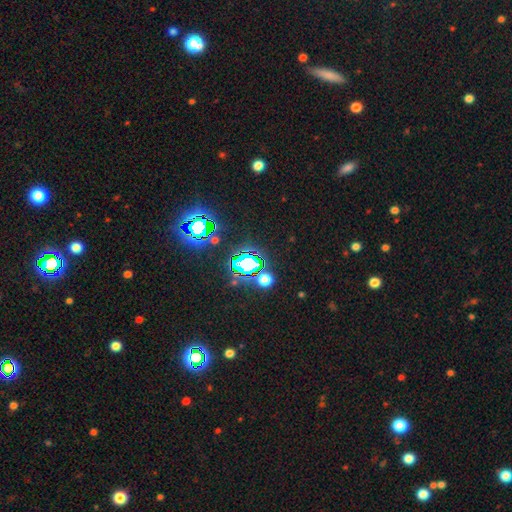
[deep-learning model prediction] Morphology: type=star or artifact (73%).